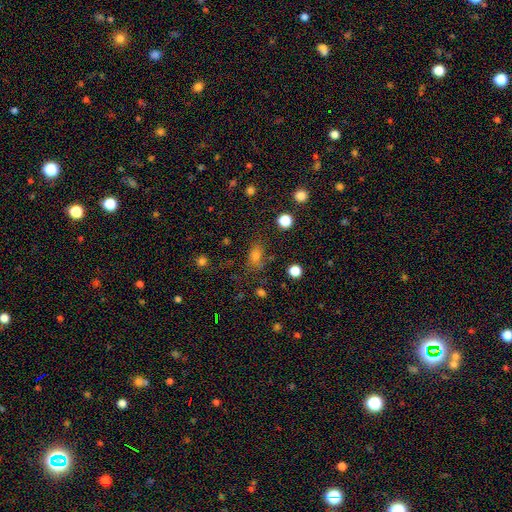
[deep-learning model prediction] This appears to be a smooth galaxy with no disk features (68%) that is in between round and cigar-shaped (70%). Merging: none (67%).